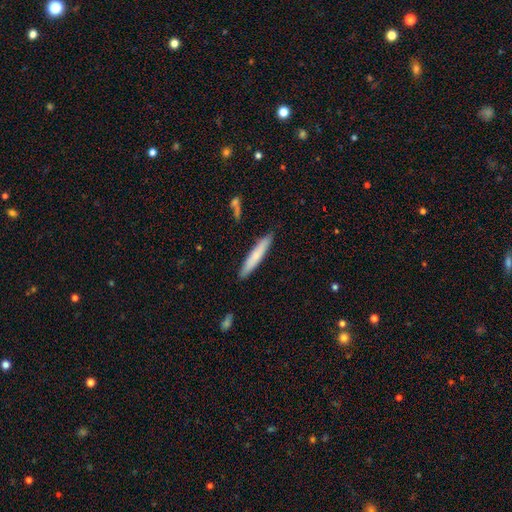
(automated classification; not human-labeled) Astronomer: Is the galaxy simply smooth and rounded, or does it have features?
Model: smooth — 70%.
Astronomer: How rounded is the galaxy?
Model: cigar-shaped — 92%.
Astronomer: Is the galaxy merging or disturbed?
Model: none — 89%.